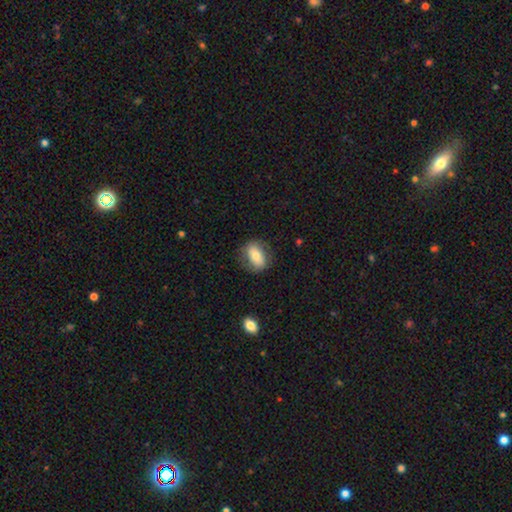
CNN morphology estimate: smooth-or-featured: smooth: 70% | featured or disk: 23% | star or artifact: 7%
  how-rounded: in between: 81% | round: 16% | cigar-shaped: 3%
  merging: none: 77% | minor disturbance: 16% | major disturbance: 6% | merger: 1%